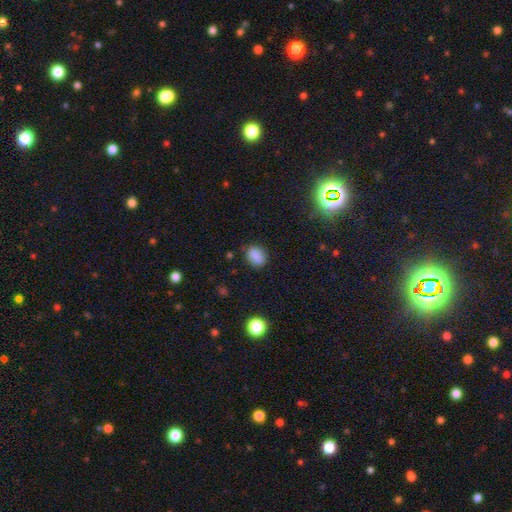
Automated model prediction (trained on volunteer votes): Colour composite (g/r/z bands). It shows a smooth galaxy with no disk features (85%) that is in between round and cigar-shaped (62%). Merging: none (80%).